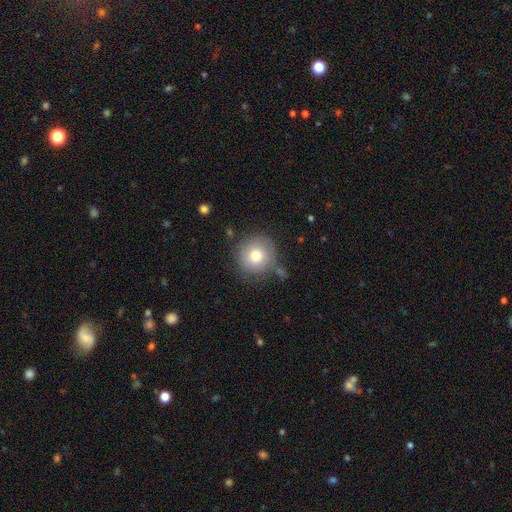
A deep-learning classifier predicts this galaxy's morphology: Smooth or featured? Predicted: smooth (p=0.76). How rounded? Predicted: round (p=0.95). Merging? Predicted: none (p=0.73).